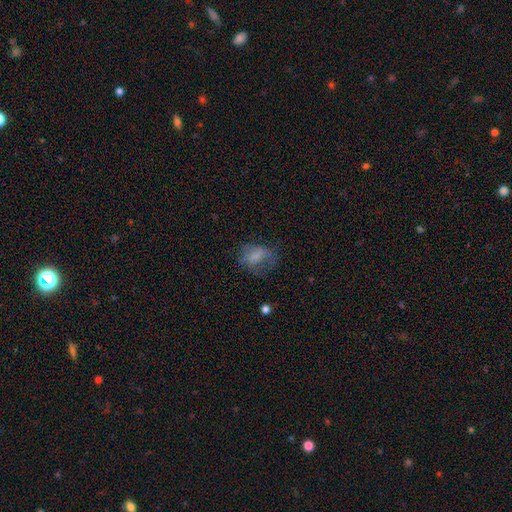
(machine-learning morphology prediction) Smooth or featured: smooth — 64% (featured or disk — 23%)
How rounded: in between — 72% (round — 26%)
Merging: none — 45% (major disturbance — 28%)